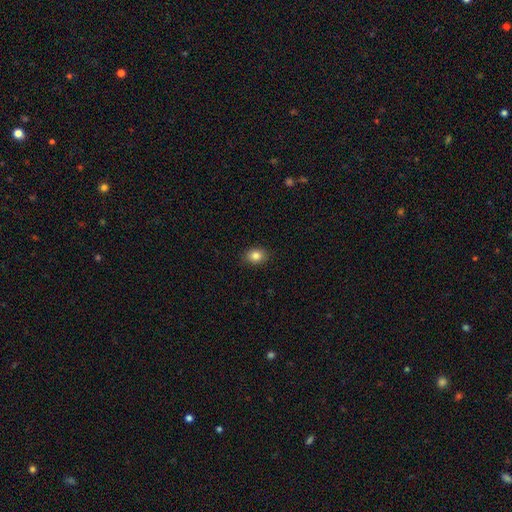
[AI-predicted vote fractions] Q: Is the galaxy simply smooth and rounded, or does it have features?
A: smooth — 84%.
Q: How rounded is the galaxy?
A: in between — 63%.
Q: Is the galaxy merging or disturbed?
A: none — 89%.